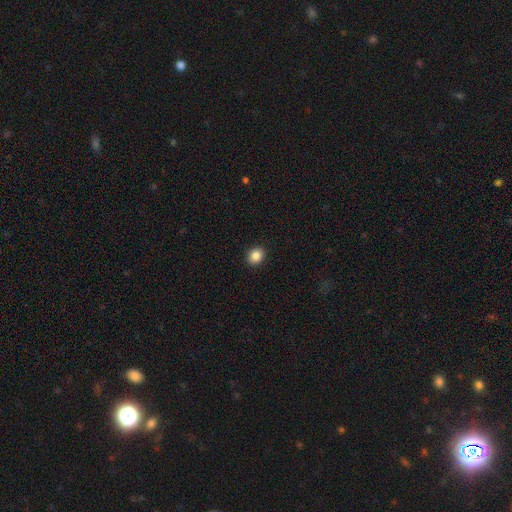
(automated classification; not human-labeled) A smooth galaxy with no disk features (87%) that is round (56%).

Vote fractions:
- Smooth or featured? smooth: 87% / star or artifact: 9% / featured or disk: 4%
- How rounded? round: 56% / in between: 43% / cigar-shaped: 1%
- Merging? none: 91% / minor disturbance: 6% / major disturbance: 2% / merger: 1%